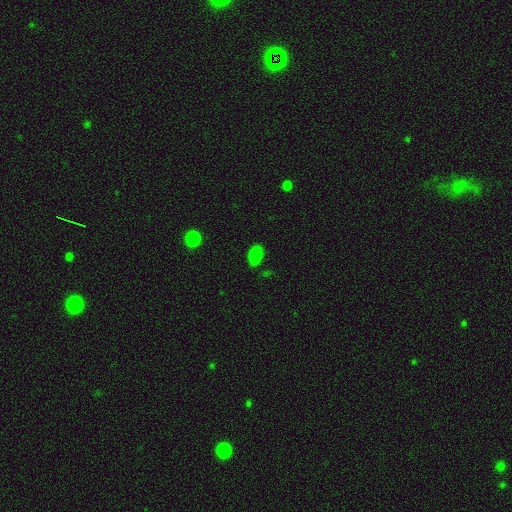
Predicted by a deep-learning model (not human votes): A smooth galaxy with no disk features (81%) that is in between round and cigar-shaped (89%). Merging: none (79%).